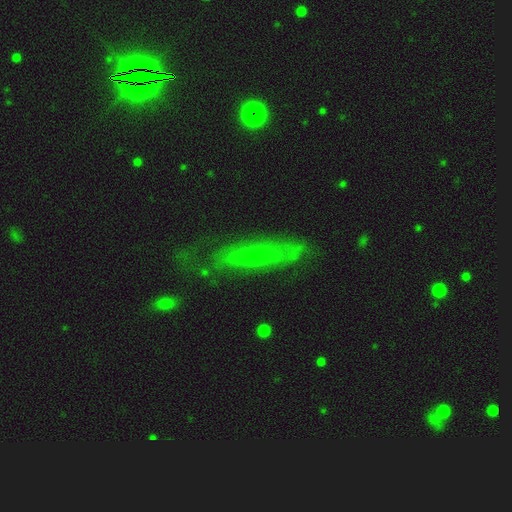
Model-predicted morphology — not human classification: This is possibly a featured or disk galaxy (49%). Merging: likely none (66%).